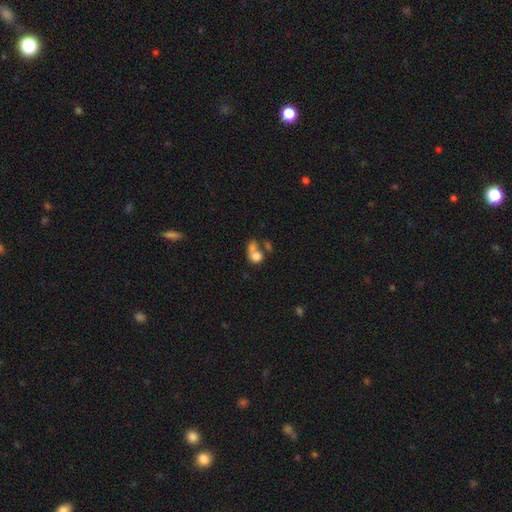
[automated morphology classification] A smooth galaxy with no disk features (73%) that is round (55%). Merging: merger (59%).